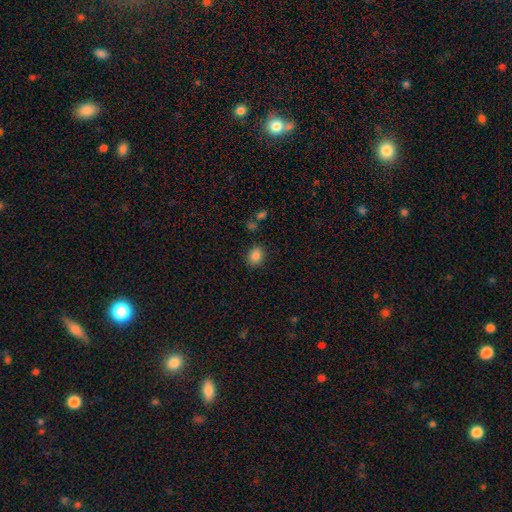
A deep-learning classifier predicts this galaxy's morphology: smooth 85%, star or artifact 10%, featured or disk 5%. Down the decision tree: how rounded — round (51%); merging — none (85%).